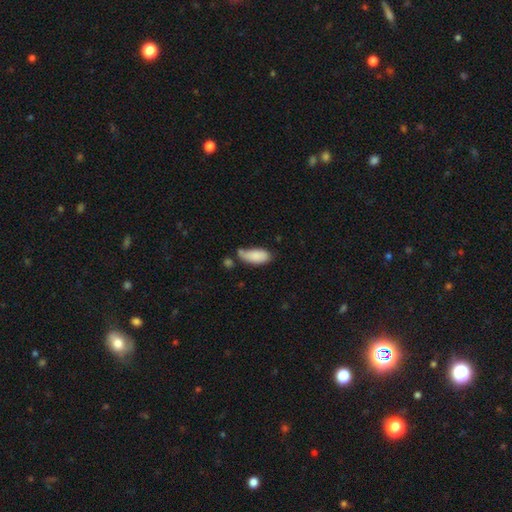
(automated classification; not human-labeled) This appears to be a smooth galaxy with no disk features (85%) that is in between round and cigar-shaped (88%). Merging: none (46%).